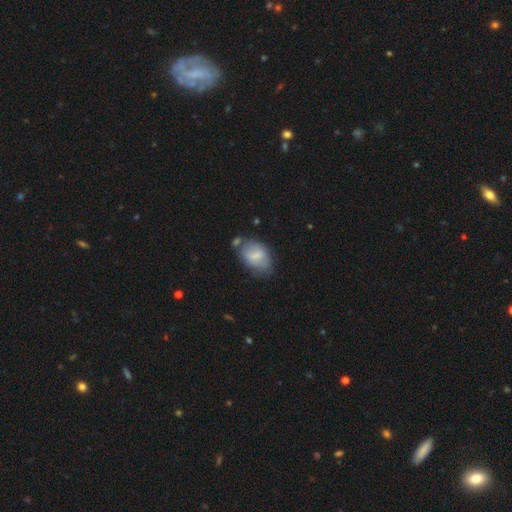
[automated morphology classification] Overall: smooth (62%; featured or disk 30%). How rounded: in between (88%). Merging: none (49%; minor disturbance 30%).